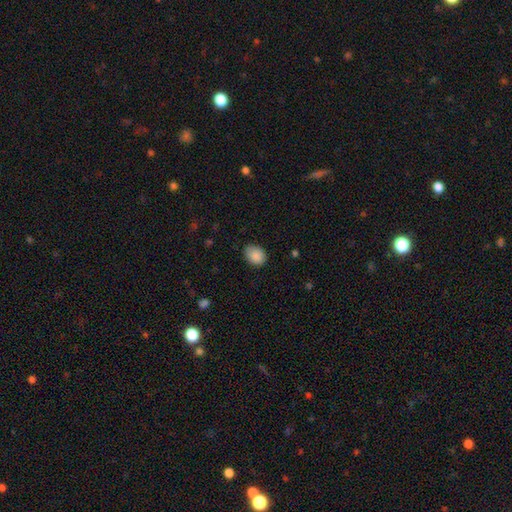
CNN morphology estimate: Smooth or featured? smooth (88%)
How rounded? in between (66%)
Merging? none (80%)